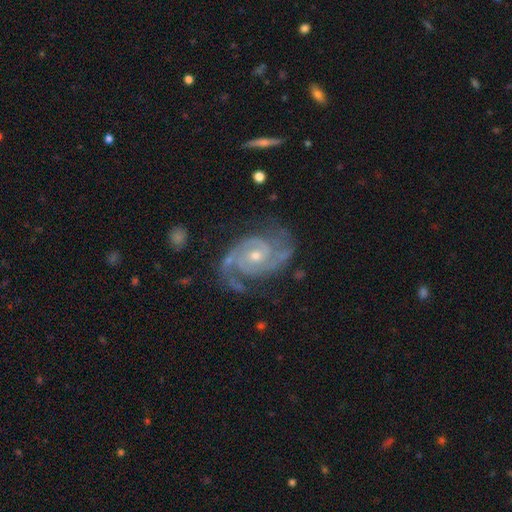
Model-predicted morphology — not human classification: The model was most divided on "bulge size": small: 50%, moderate: 47%, large: 1%, none: 1%, dominant: 1%. More confident: spiral arms — yes (99%); edge-on disk — no (98%); smooth or featured — featured or disk (93%); spiral arm count — 2 (78%); merging — none (72%); bar — no (65%); spiral winding — tight (51%).